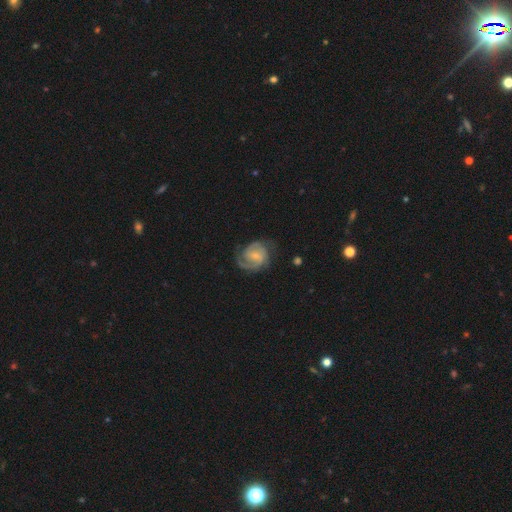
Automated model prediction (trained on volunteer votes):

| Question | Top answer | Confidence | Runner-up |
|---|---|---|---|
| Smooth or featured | featured or disk | 81% | smooth (14%) |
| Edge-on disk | no | 98% | yes (2%) |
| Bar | no | 46% | weak (45%) |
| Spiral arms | yes | 96% | no (4%) |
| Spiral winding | tight | 46% | medium (42%) |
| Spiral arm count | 2 | 64% | can't tell (12%) |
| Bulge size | small | 61% | moderate (27%) |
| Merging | none | 67% | minor disturbance (20%) |